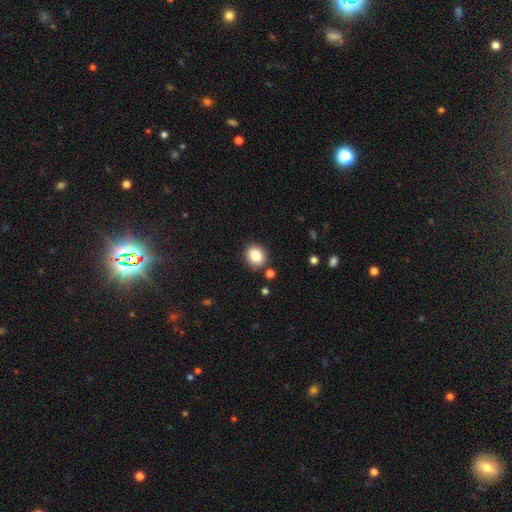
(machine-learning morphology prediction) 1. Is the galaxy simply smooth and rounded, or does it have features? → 84% smooth, 9% star or artifact, 6% featured or disk.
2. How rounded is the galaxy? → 67% round, 32% in between, 1% cigar-shaped.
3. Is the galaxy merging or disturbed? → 85% none, 9% minor disturbance, 3% merger, 2% major disturbance.